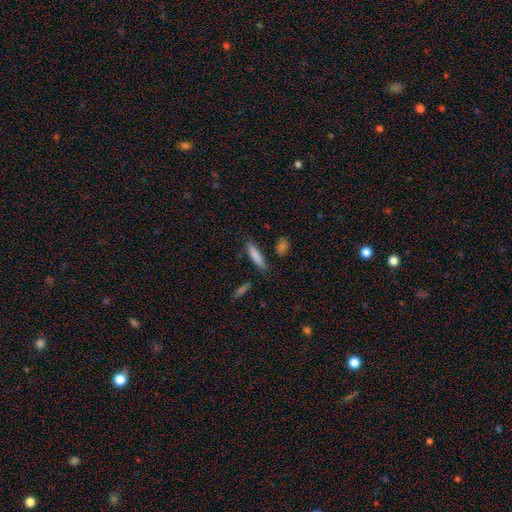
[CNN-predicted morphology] Smooth or featured?
  - smooth: 84% *
  - featured or disk: 10%
  - star or artifact: 6%
How rounded?
  - cigar-shaped: 75% *
  - in between: 23%
  - round: 2%
Merging?
  - none: 83% *
  - minor disturbance: 11%
  - merger: 3%
  - major disturbance: 3%